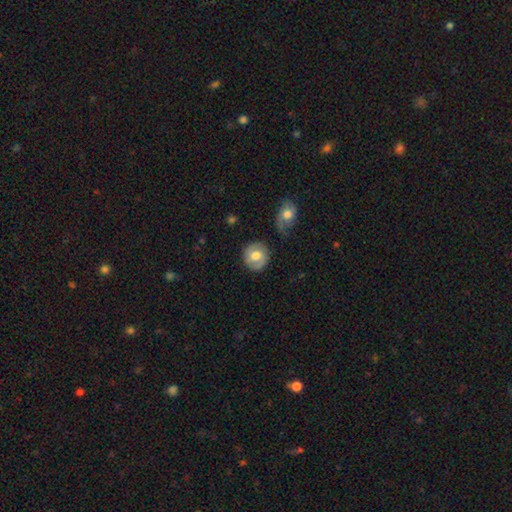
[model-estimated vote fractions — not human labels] This appears to be a smooth galaxy with no disk features (51%) that is round (83%). Merging: none (79%).